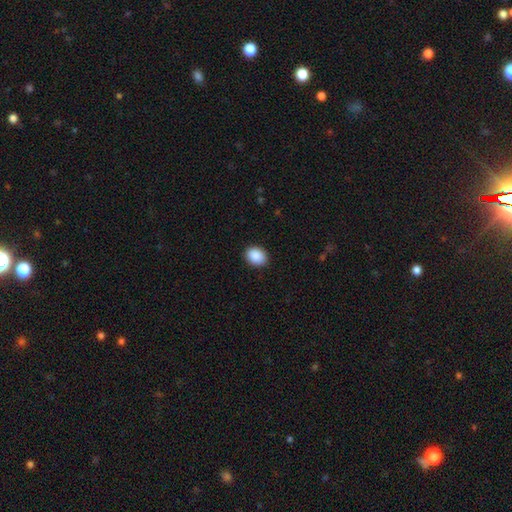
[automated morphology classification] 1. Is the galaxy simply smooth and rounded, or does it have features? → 90% smooth, 7% star or artifact, 3% featured or disk.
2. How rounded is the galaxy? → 63% in between, 36% round, 1% cigar-shaped.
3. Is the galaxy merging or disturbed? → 90% none, 7% minor disturbance, 2% major disturbance, 1% merger.